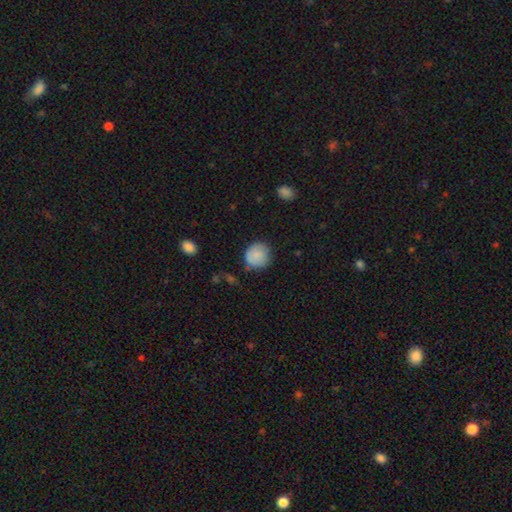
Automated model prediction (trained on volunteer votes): This is clearly a smooth galaxy (82%). How rounded: clearly round (90%). Merging: likely none (75%).